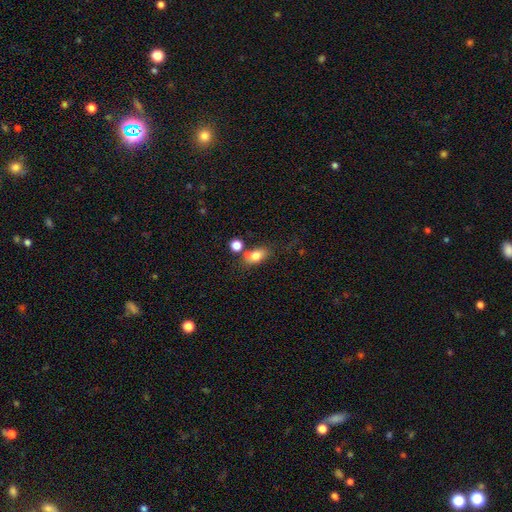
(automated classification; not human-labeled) A smooth galaxy with no disk features (78%) that is in between round and cigar-shaped (76%).

Vote fractions:
- Smooth or featured? smooth: 78% / featured or disk: 12% / star or artifact: 10%
- How rounded? in between: 76% / round: 20% / cigar-shaped: 4%
- Merging? none: 54% / merger: 24% / minor disturbance: 15% / major disturbance: 6%